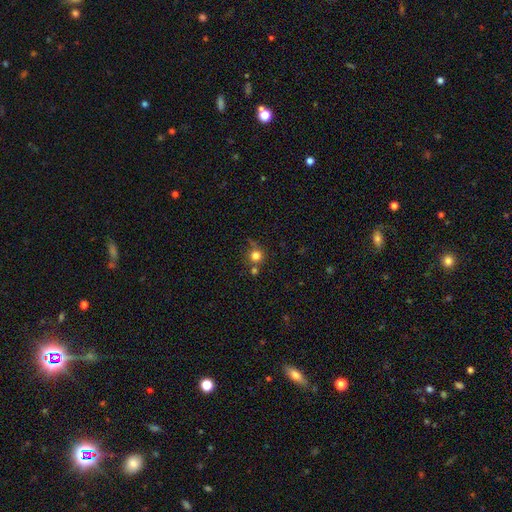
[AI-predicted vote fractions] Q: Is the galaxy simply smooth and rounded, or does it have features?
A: smooth — 77%.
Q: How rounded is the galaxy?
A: round — 93%.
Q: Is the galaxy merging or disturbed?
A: none — 63%.